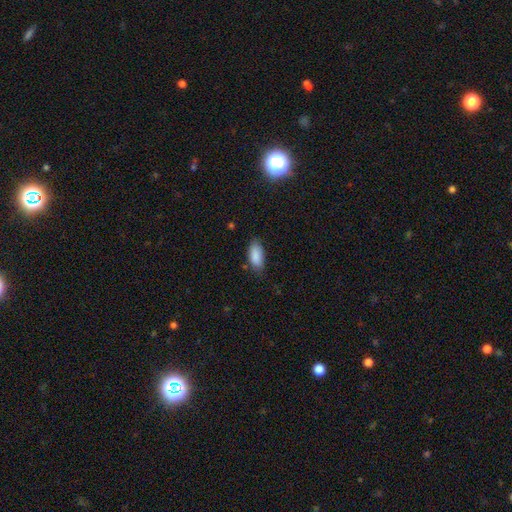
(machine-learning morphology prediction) A smooth galaxy with no disk features (88%) that is in between round and cigar-shaped (90%).

Vote fractions:
- Smooth or featured? smooth: 88% / star or artifact: 7% / featured or disk: 6%
- How rounded? in between: 90% / cigar-shaped: 8% / round: 2%
- Merging? none: 75% / minor disturbance: 20% / major disturbance: 4% / merger: 1%